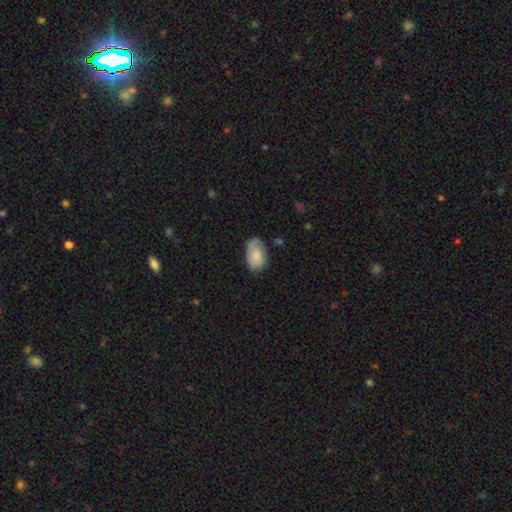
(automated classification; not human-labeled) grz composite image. It shows a smooth galaxy with no disk features (80%) that is in between round and cigar-shaped (92%). Merging: none (62%).